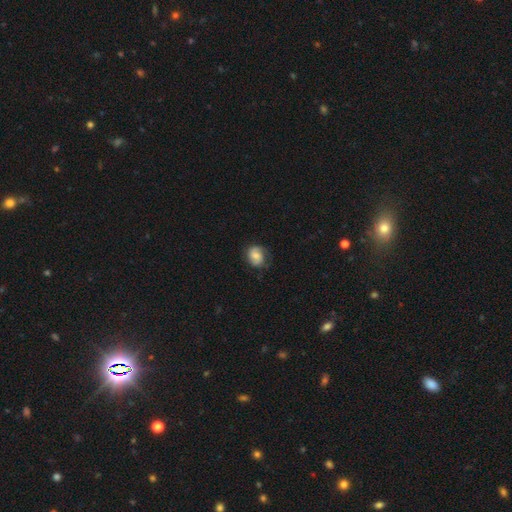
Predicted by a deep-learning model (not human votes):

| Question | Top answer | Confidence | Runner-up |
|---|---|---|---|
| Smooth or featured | smooth | 52% | featured or disk (39%) |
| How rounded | round | 57% | in between (42%) |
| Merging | none | 65% | minor disturbance (24%) |